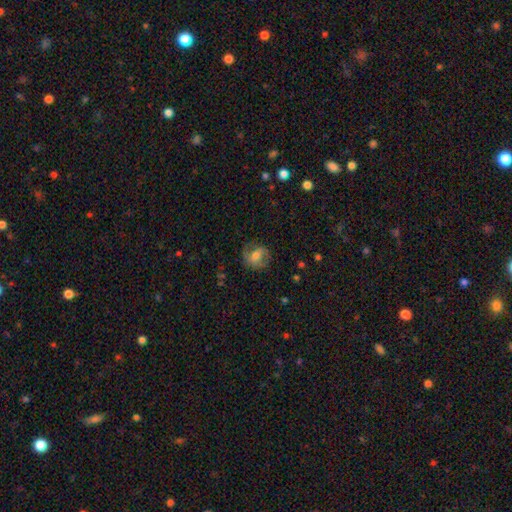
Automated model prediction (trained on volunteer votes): The model was most divided on "smooth or featured": featured or disk: 50%, smooth: 41%, star or artifact: 9%. More confident: merging — none (71%).